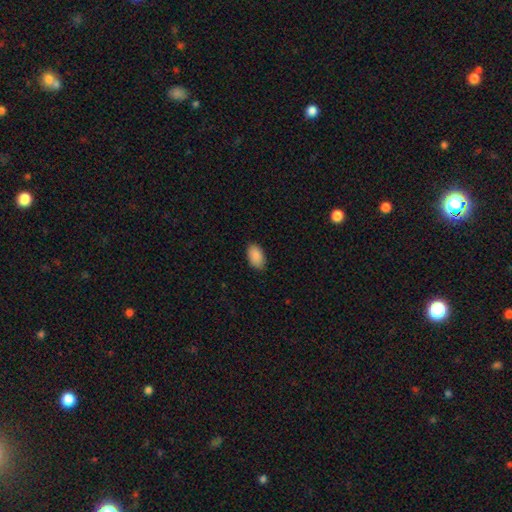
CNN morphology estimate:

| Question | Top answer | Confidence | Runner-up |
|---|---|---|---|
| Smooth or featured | smooth | 90% | star or artifact (7%) |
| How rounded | in between | 95% | round (4%) |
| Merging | none | 86% | minor disturbance (11%) |